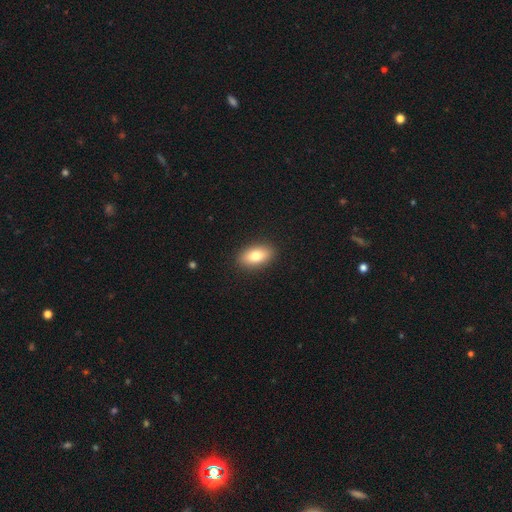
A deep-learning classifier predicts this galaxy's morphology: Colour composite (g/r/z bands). It shows a smooth galaxy with no disk features (81%) that is in between round and cigar-shaped (90%). Merging: none (90%).